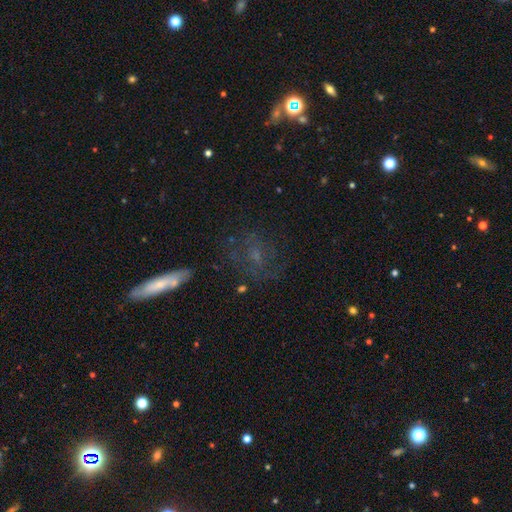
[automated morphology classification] Smooth or featured: featured or disk — 45% (smooth — 35%)
Merging: none — 66% (minor disturbance — 18%)